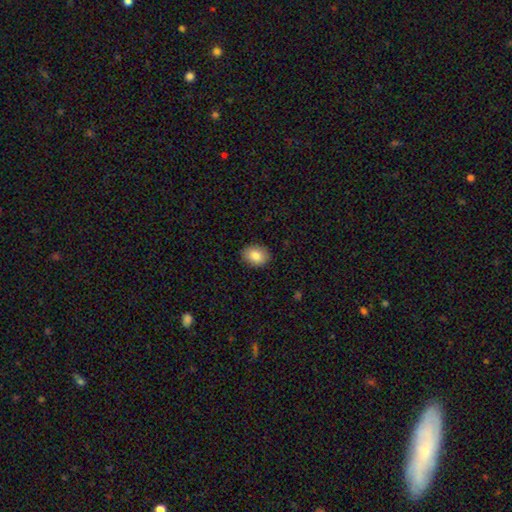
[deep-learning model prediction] This appears to be a smooth galaxy with no disk features (84%) that is in between round and cigar-shaped (65%). Merging: none (89%).